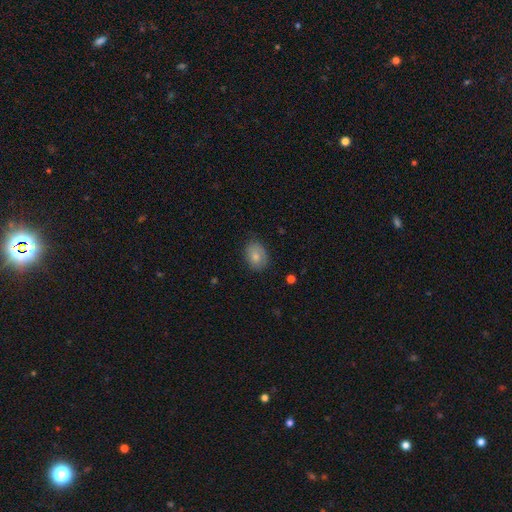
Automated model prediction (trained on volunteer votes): A smooth galaxy with no disk features (78%) that is in between round and cigar-shaped (67%). Merging: none (74%).